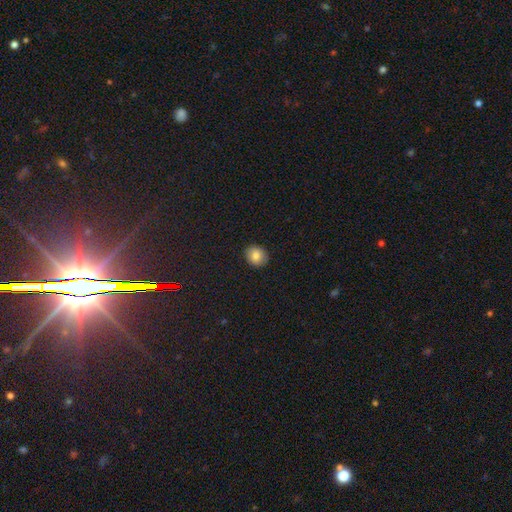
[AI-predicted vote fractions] Q: Smooth or featured?
A: smooth (83%); runner-up: star or artifact (9%)
Q: How rounded?
A: round (73%); runner-up: in between (26%)
Q: Merging?
A: none (90%); runner-up: minor disturbance (7%)